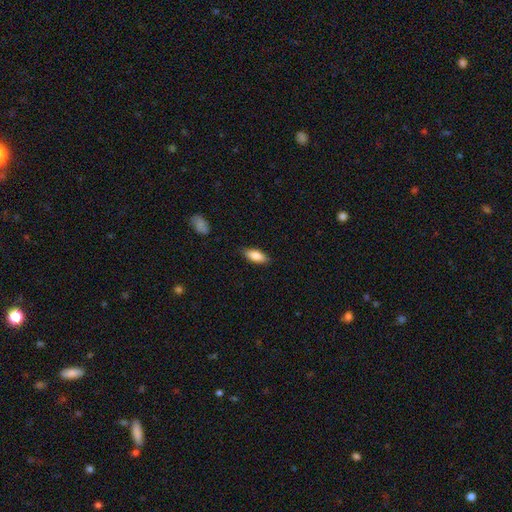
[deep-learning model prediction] smooth-or-featured: smooth: 83% | featured or disk: 10% | star or artifact: 6%
  how-rounded: in between: 81% | cigar-shaped: 17% | round: 2%
  merging: none: 86% | minor disturbance: 10% | major disturbance: 2% | merger: 1%